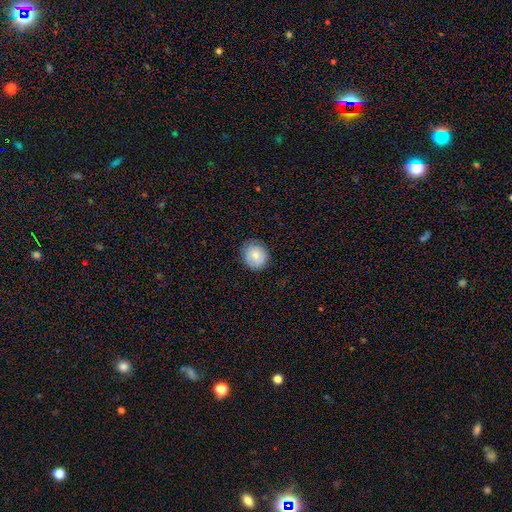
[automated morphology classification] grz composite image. It shows a smooth galaxy with no disk features (76%) that is round (86%). Merging: none (83%).